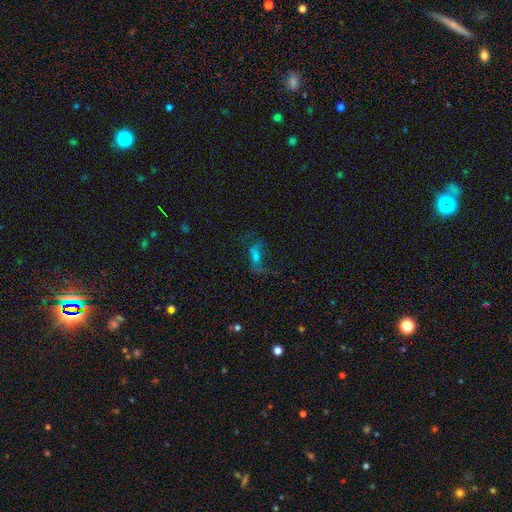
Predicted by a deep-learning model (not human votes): Overall: featured or disk (42%; smooth 34%). Merging: none (43%; major disturbance 34%).